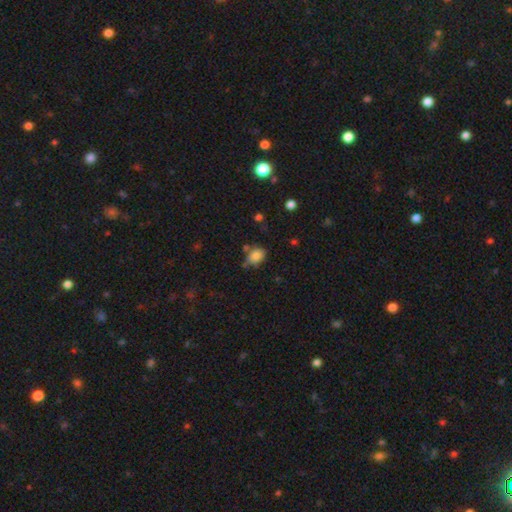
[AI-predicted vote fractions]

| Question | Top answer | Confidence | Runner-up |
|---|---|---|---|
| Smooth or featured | smooth | 83% | star or artifact (11%) |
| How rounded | in between | 54% | round (45%) |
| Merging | none | 61% | minor disturbance (22%) |